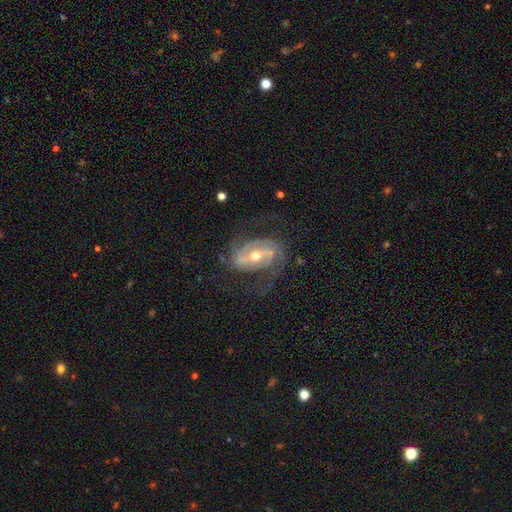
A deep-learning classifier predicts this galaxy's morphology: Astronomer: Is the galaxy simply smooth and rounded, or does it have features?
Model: featured or disk — 89%.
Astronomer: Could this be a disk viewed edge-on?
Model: no — 96%.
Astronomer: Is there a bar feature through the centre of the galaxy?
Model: strong — 41% (runner-up: weak, 37%).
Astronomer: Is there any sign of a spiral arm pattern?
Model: yes — 95%.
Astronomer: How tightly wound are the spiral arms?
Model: medium — 47% (runner-up: tight, 29%).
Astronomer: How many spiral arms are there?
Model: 2 — 63%.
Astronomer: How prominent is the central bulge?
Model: moderate — 58% (runner-up: small, 37%).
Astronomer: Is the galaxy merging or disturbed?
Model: none — 61%.